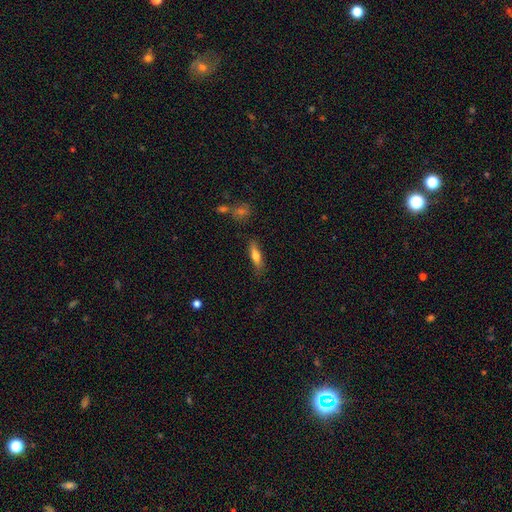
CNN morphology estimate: A smooth galaxy with no disk features (68%) that is cigar-shaped (61%). Merging: none (78%).